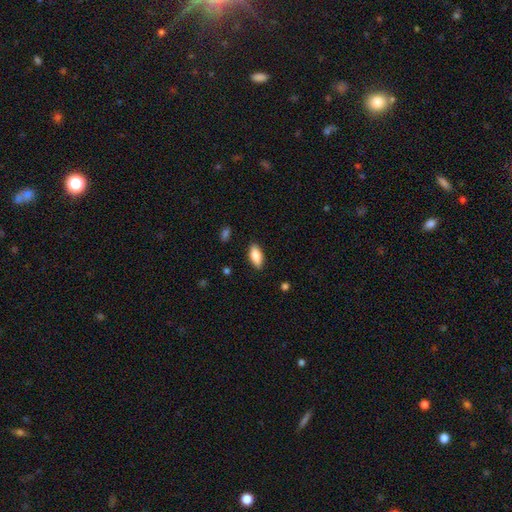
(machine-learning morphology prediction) A smooth galaxy with no disk features (83%) that is in between round and cigar-shaped (84%).

Vote fractions:
- Smooth or featured? smooth: 83% / featured or disk: 10% / star or artifact: 6%
- How rounded? in between: 84% / cigar-shaped: 14% / round: 2%
- Merging? none: 87% / minor disturbance: 9% / major disturbance: 2% / merger: 1%